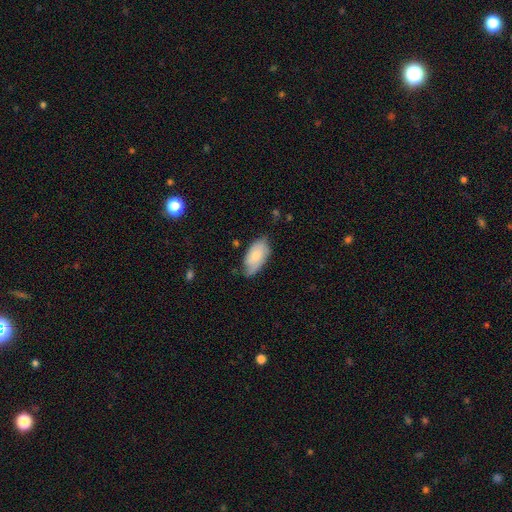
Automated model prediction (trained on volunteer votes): Smooth or featured? Predicted: smooth (p=0.69). How rounded? Predicted: in between (p=0.94). Merging? Predicted: none (p=0.55).